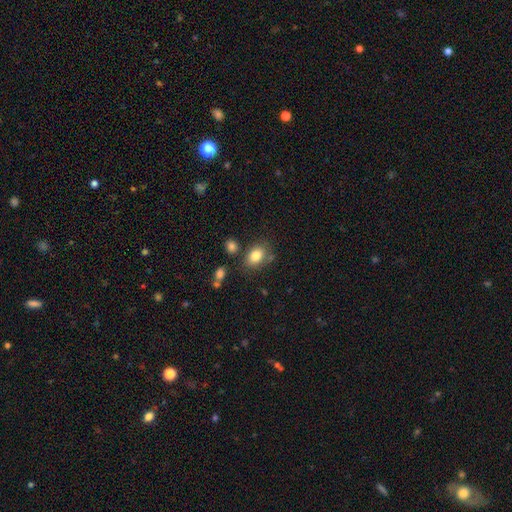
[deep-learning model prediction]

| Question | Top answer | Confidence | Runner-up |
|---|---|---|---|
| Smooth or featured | smooth | 82% | star or artifact (9%) |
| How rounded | in between | 74% | round (25%) |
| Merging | none | 73% | minor disturbance (14%) |